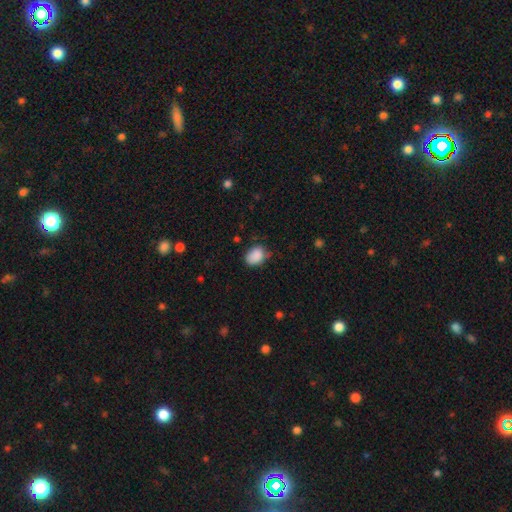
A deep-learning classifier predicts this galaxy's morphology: smooth_or_featured: smooth (p=0.88) [alt: star or artifact p=0.08]
how_rounded: in between (p=0.66) [alt: round p=0.33]
merging: none (p=0.65) [alt: minor disturbance p=0.27]